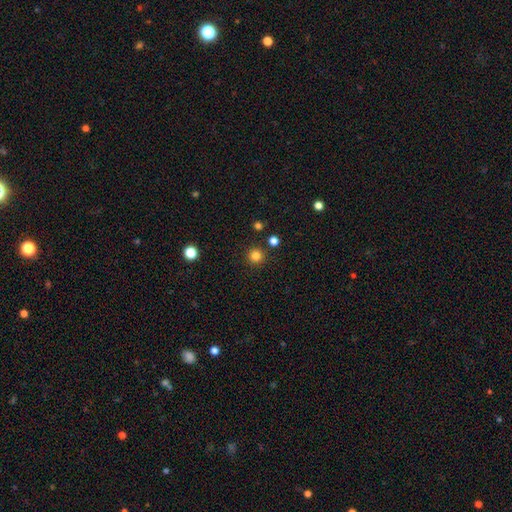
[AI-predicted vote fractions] Smooth or featured: smooth — 82% (star or artifact — 14%)
How rounded: round — 96% (in between — 3%)
Merging: none — 90% (minor disturbance — 5%)